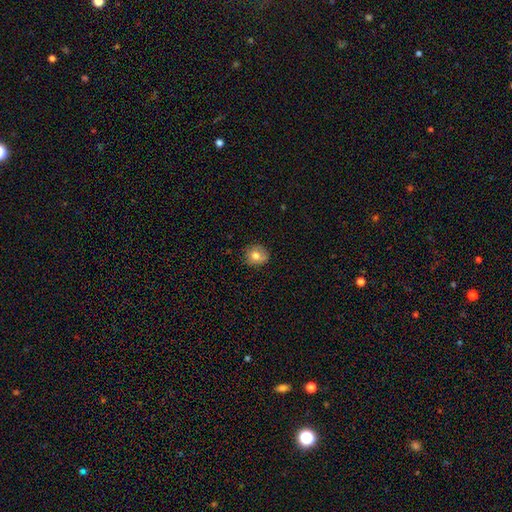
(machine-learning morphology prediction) smooth-or-featured: smooth: 72% | featured or disk: 19% | star or artifact: 9%
  how-rounded: round: 76% | in between: 23% | cigar-shaped: 1%
  merging: none: 80% | minor disturbance: 16% | major disturbance: 3% | merger: 1%